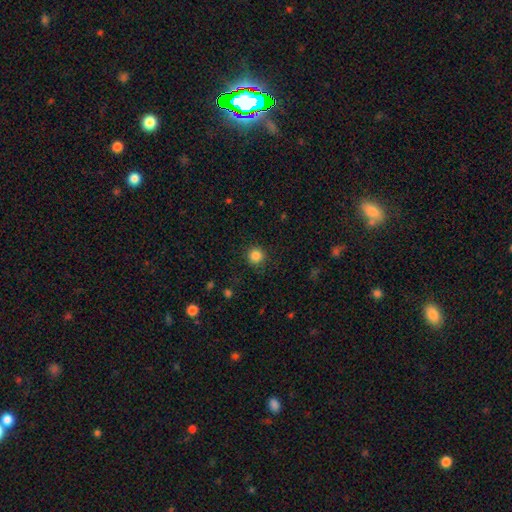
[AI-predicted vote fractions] Morphology: type=smooth (85%); roundness=round (94%); merging=none (90%).